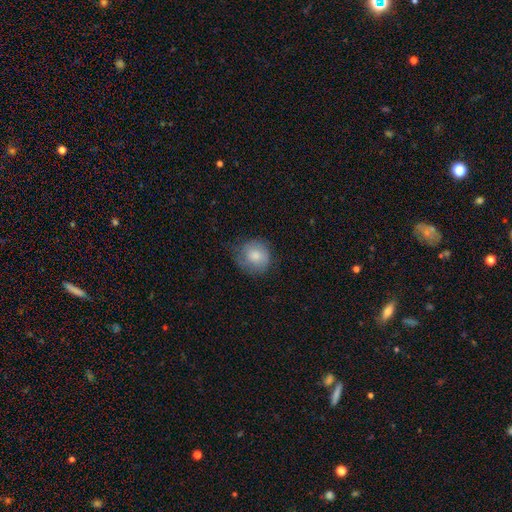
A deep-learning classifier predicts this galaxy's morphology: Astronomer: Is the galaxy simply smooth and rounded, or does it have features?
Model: smooth — 76%.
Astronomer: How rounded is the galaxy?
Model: round — 84%.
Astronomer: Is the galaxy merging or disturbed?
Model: none — 60%.